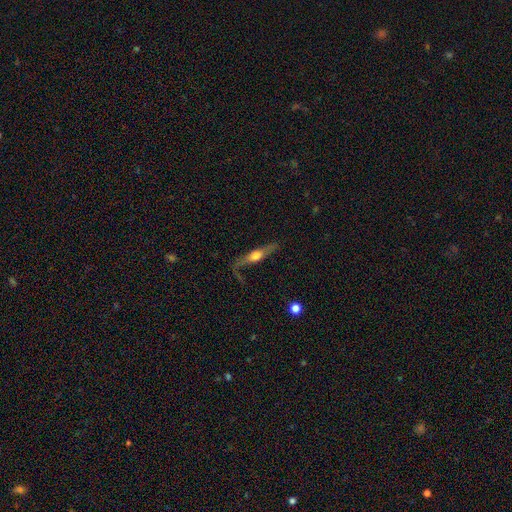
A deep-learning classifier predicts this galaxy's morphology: smooth_or_featured: featured or disk (p=0.63) [alt: smooth p=0.30]
disk_edge_on: yes (p=0.82) [alt: no p=0.18]
edge_on_bulge: rounded (p=0.89) [alt: boxy p=0.06]
merging: none (p=0.60) [alt: minor disturbance p=0.21]